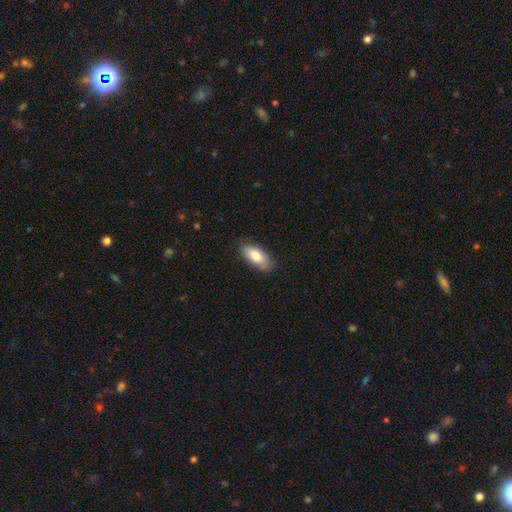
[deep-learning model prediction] Smooth or featured: smooth — 80% (featured or disk — 14%)
How rounded: in between — 88% (cigar-shaped — 10%)
Merging: none — 83% (minor disturbance — 14%)